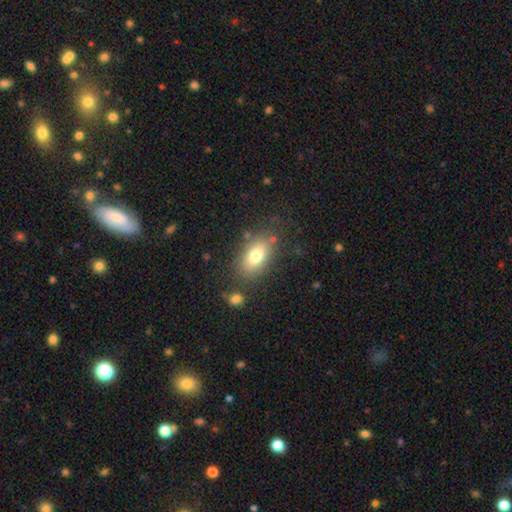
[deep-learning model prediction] Smooth or featured?
  - smooth: 76% *
  - featured or disk: 15%
  - star or artifact: 9%
How rounded?
  - in between: 87% *
  - round: 9%
  - cigar-shaped: 4%
Merging?
  - none: 75% *
  - minor disturbance: 14%
  - major disturbance: 6%
  - merger: 5%